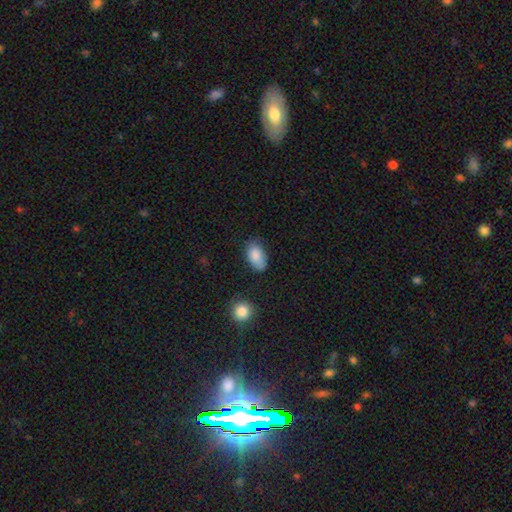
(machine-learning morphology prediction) Q: Smooth or featured?
A: smooth (85%); runner-up: star or artifact (8%)
Q: How rounded?
A: in between (91%); runner-up: round (8%)
Q: Merging?
A: none (63%); runner-up: minor disturbance (27%)